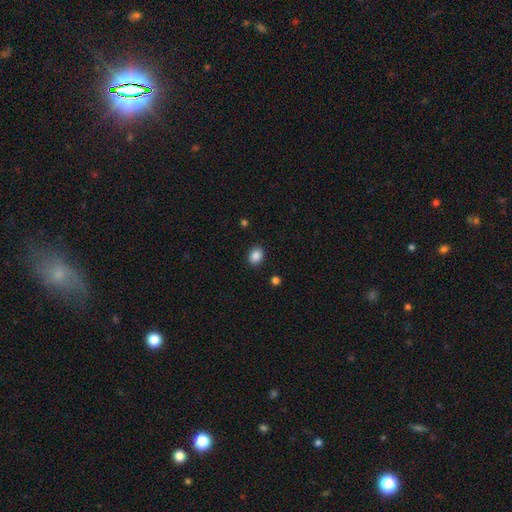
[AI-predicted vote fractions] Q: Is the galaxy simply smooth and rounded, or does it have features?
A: smooth — 88%.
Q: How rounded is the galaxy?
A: in between — 51%.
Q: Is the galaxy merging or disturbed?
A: none — 89%.